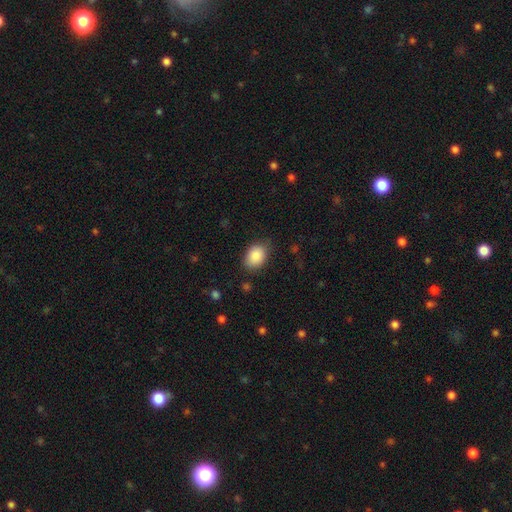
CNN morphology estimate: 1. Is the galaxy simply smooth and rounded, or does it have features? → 88% smooth, 7% star or artifact, 5% featured or disk.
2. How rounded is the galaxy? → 71% in between, 28% round, 1% cigar-shaped.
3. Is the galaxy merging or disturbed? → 78% none, 16% minor disturbance, 4% major disturbance, 1% merger.